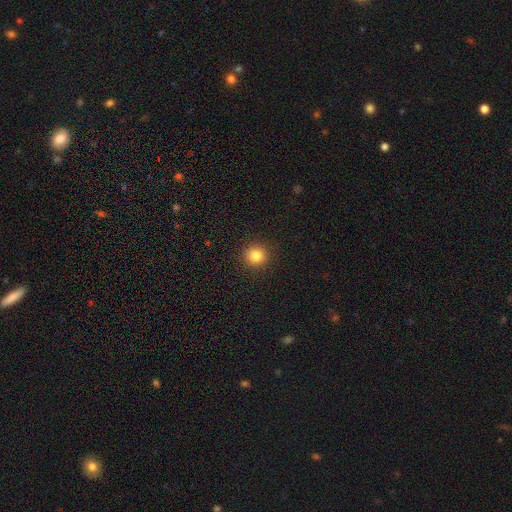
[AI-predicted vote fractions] Smooth or featured?
  - smooth: 84% *
  - star or artifact: 12%
  - featured or disk: 5%
How rounded?
  - round: 92% *
  - in between: 7%
  - cigar-shaped: 1%
Merging?
  - none: 92% *
  - minor disturbance: 5%
  - major disturbance: 2%
  - merger: 1%